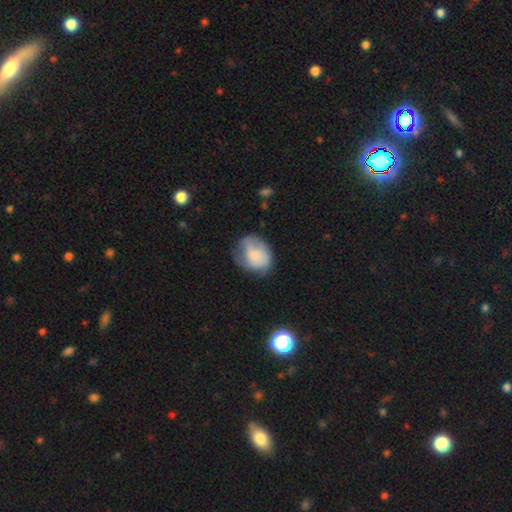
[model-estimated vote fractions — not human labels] A smooth galaxy with no disk features (58%) that is in between round and cigar-shaped (52%). Merging: none (46%).